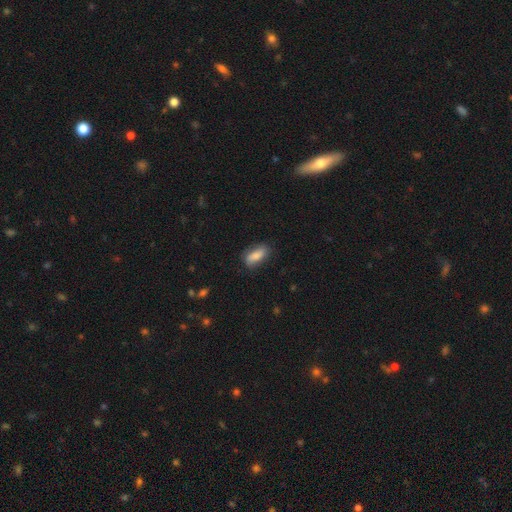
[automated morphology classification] A smooth galaxy with no disk features (79%) that is in between round and cigar-shaped (84%). Merging: none (73%).